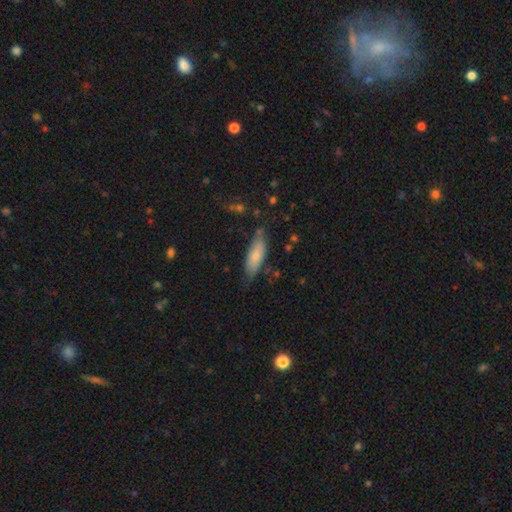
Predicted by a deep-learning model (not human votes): This is likely a smooth galaxy (76%). How rounded: likely in between (65%). Merging: likely none (69%).